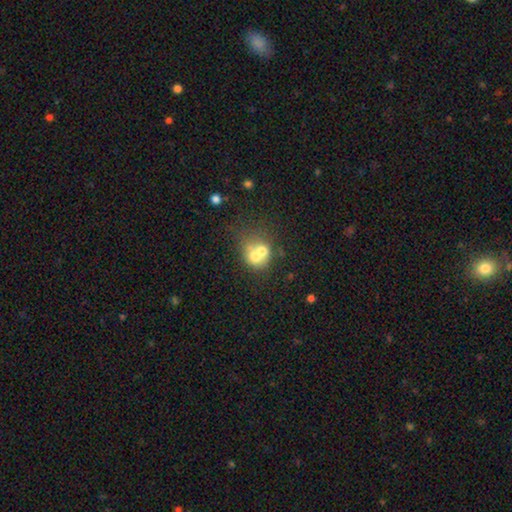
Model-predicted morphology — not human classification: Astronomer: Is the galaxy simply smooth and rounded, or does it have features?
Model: smooth — 62%.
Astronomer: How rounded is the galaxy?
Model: round — 67%.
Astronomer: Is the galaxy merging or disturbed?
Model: merger — 66%.